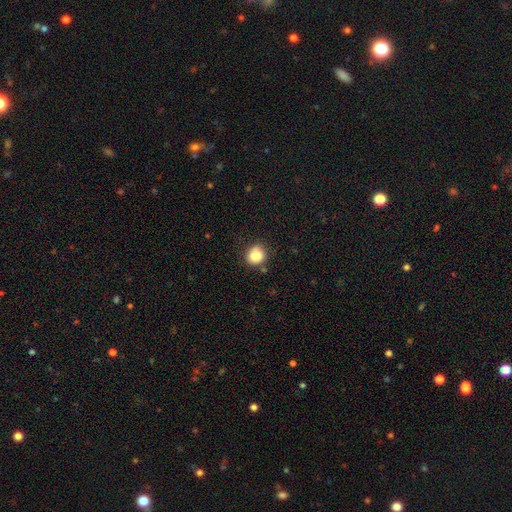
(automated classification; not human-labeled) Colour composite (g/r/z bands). It shows a smooth galaxy with no disk features (82%) that is round (86%). Merging: none (79%).